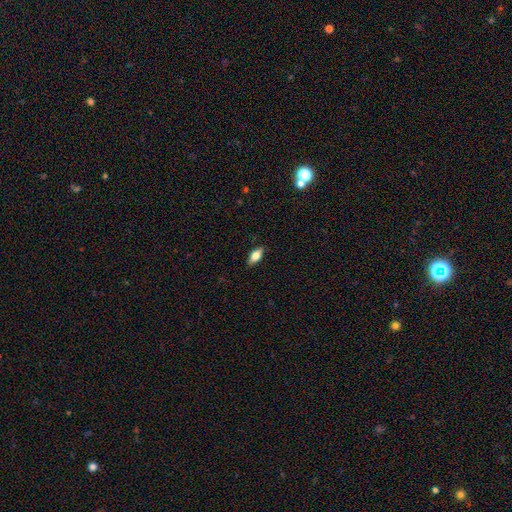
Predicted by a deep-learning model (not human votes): Morphology: type=smooth (72%); roundness=in between (82%); merging=none (87%).